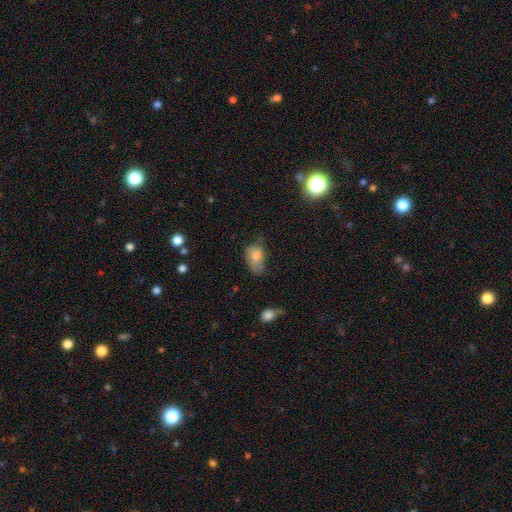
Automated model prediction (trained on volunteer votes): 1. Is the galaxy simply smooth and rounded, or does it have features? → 74% smooth, 17% featured or disk, 9% star or artifact.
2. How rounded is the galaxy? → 88% in between, 10% round, 2% cigar-shaped.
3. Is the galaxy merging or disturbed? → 39% minor disturbance, 38% none, 20% major disturbance, 3% merger.